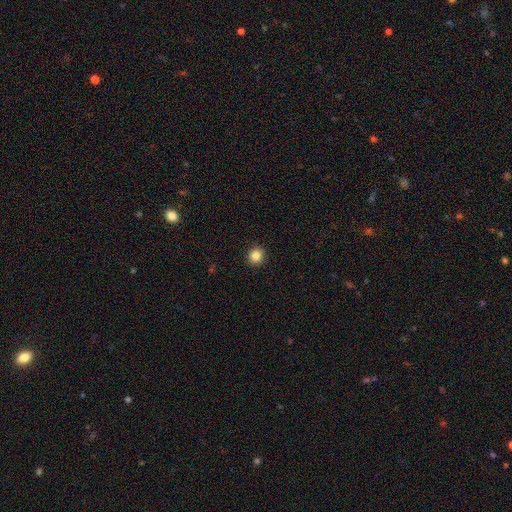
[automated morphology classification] The model was most divided on "how rounded": round: 85%, in between: 14%, cigar-shaped: 1%. More confident: merging — none (92%); smooth or featured — smooth (86%).